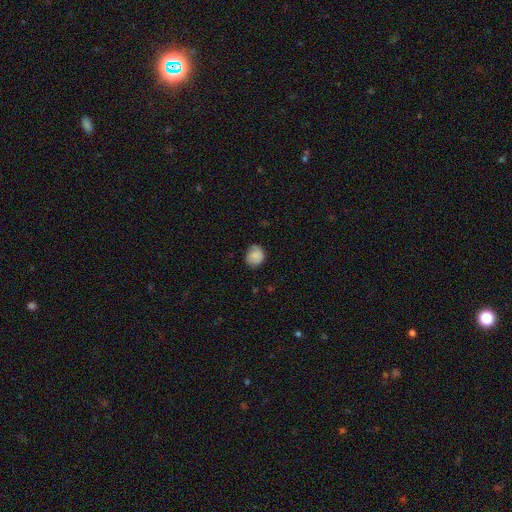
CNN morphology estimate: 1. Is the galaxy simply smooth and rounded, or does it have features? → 83% smooth, 9% featured or disk, 8% star or artifact.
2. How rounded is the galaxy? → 71% round, 28% in between, 1% cigar-shaped.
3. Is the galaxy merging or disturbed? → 69% none, 25% minor disturbance, 5% major disturbance, 1% merger.